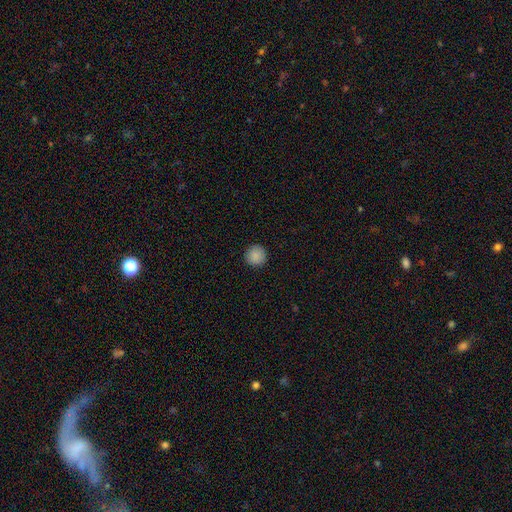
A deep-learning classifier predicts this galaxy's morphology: A smooth galaxy with no disk features (89%) that is round (95%).

Vote fractions:
- Smooth or featured? smooth: 89% / star or artifact: 8% / featured or disk: 3%
- How rounded? round: 95% / in between: 4% / cigar-shaped: 1%
- Merging? none: 92% / minor disturbance: 5% / major disturbance: 2% / merger: 1%